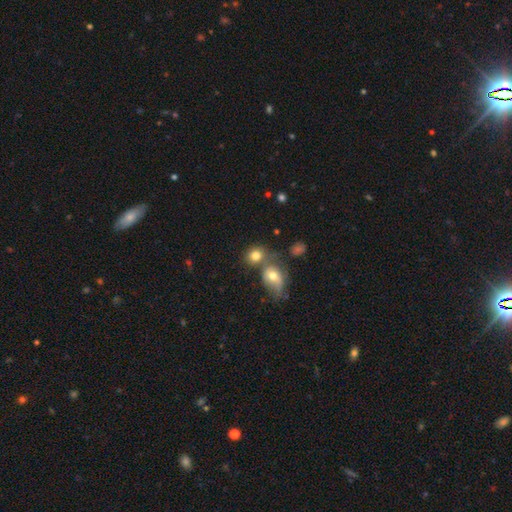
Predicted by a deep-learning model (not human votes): Overall: smooth (78%). How rounded: round (64%; in between 35%). Merging: none (45%; merger 39%).